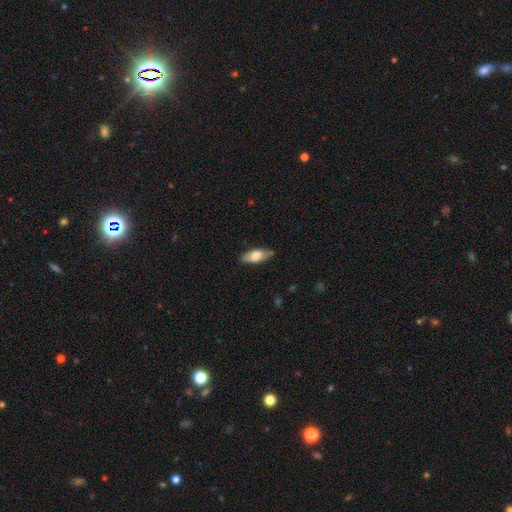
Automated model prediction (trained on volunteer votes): Morphology: type=smooth (66%); roundness=in between (78%); merging=none (73%).